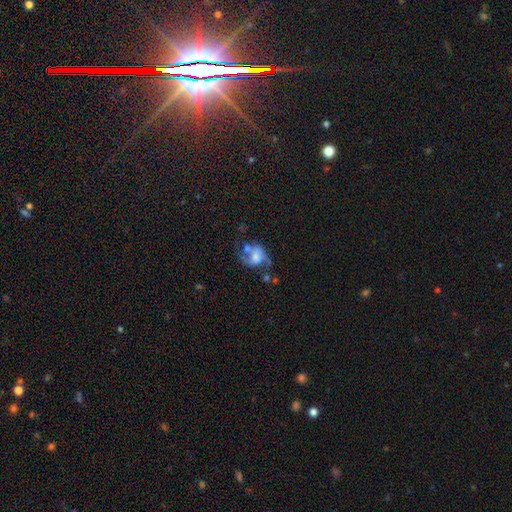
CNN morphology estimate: Smooth or featured? Predicted: featured or disk (p=0.56). Edge-on disk? Predicted: no (p=0.97). Bar? Predicted: no (p=0.71). Spiral arms? Predicted: yes (p=0.64). Bulge size? Predicted: moderate (p=0.30). Merging? Predicted: major disturbance (p=0.30).